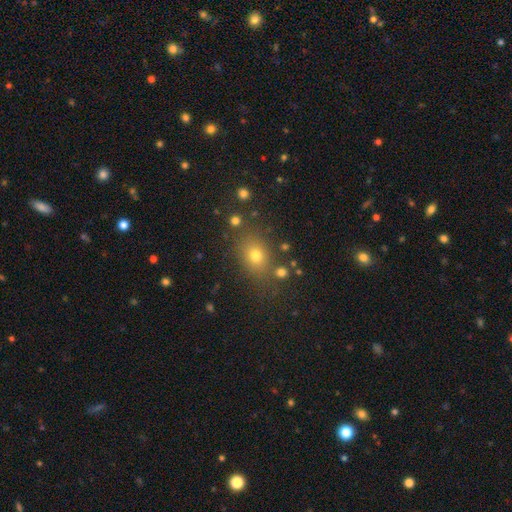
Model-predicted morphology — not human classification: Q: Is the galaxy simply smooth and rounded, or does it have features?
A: smooth — 72%.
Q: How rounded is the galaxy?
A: in between — 55%.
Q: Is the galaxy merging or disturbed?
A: none — 76%.